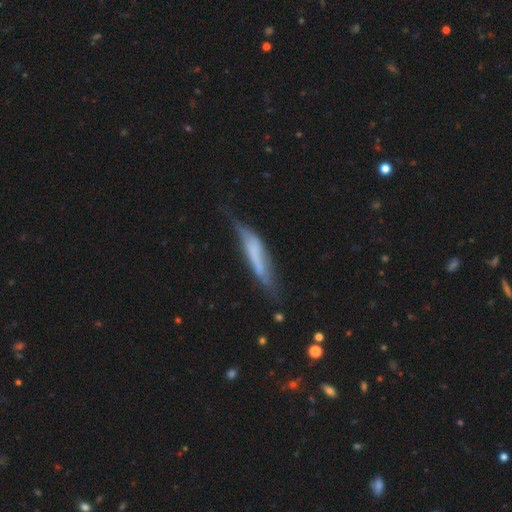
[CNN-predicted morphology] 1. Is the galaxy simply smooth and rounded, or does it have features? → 48% smooth, 44% featured or disk, 8% star or artifact.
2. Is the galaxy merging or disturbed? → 42% none, 35% minor disturbance, 18% major disturbance, 4% merger.